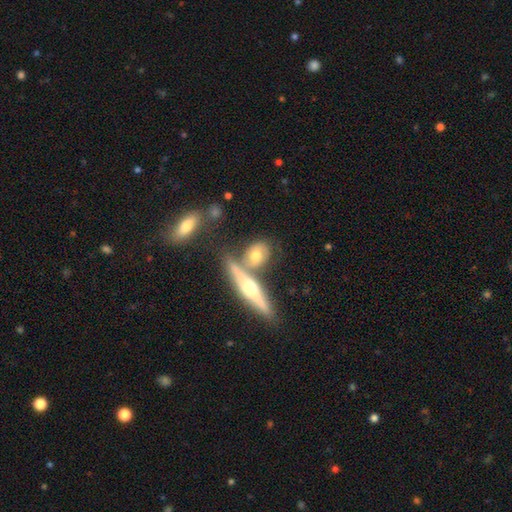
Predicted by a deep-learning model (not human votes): Smooth or featured?
  - smooth: 47% *
  - featured or disk: 45%
  - star or artifact: 8%
Merging?
  - none: 56% *
  - merger: 26%
  - minor disturbance: 14%
  - major disturbance: 5%